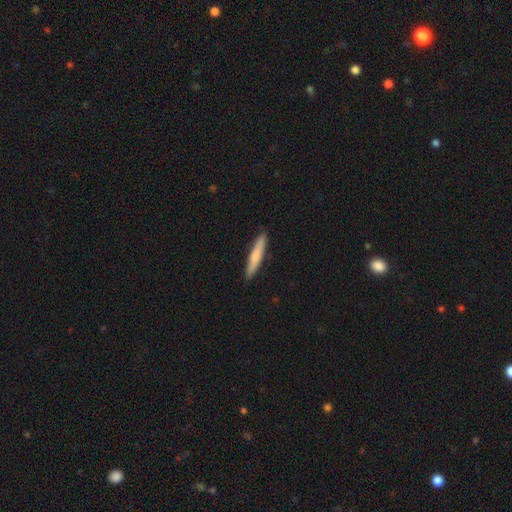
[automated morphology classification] A smooth galaxy with no disk features (71%) that is cigar-shaped (93%). Merging: none (91%).